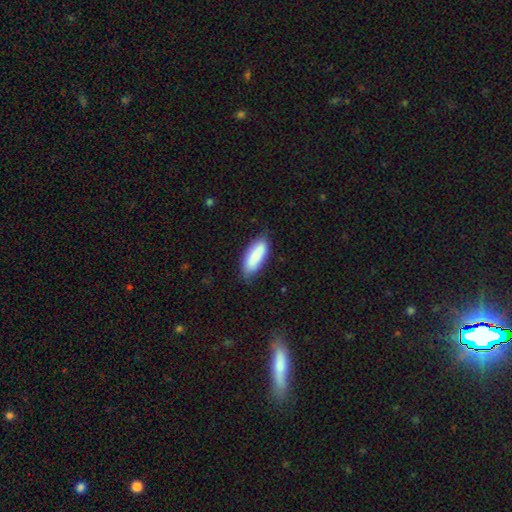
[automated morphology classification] type=smooth (84%); roundness=in between (73%); merging=none (72%).